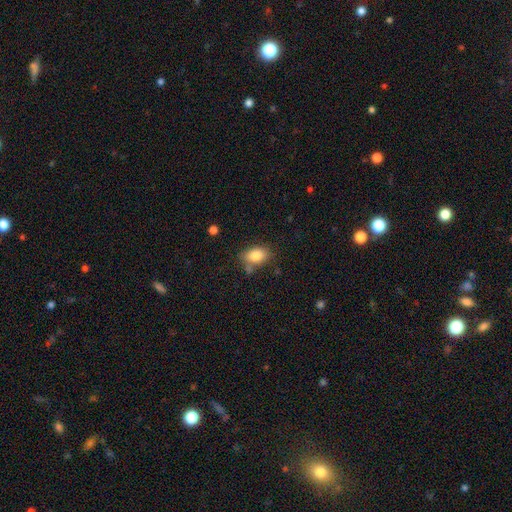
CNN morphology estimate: smooth-or-featured: smooth: 84% | featured or disk: 8% | star or artifact: 8%
  how-rounded: in between: 86% | round: 12% | cigar-shaped: 2%
  merging: none: 70% | minor disturbance: 18% | merger: 8% | major disturbance: 5%